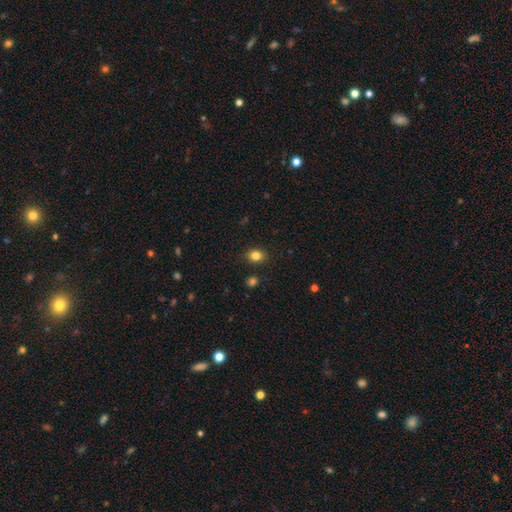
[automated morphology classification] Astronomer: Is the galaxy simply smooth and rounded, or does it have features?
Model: smooth — 83%.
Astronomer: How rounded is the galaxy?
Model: in between — 55% (runner-up: round, 44%).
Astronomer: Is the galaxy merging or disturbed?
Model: none — 86%.